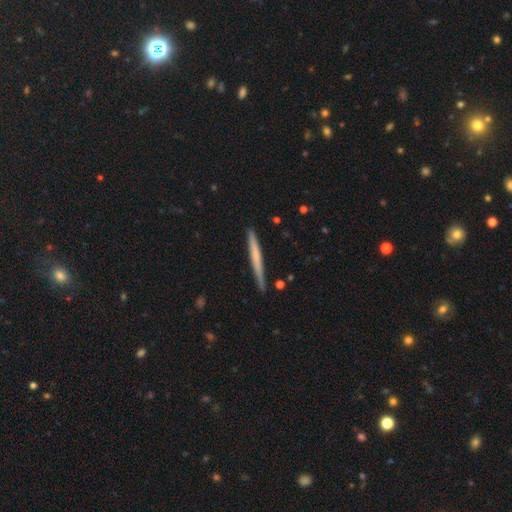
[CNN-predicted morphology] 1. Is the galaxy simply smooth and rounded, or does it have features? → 52% smooth, 43% featured or disk, 5% star or artifact.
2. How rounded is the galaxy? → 97% cigar-shaped, 2% in between, 1% round.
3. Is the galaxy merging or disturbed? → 88% none, 9% minor disturbance, 1% merger, 1% major disturbance.